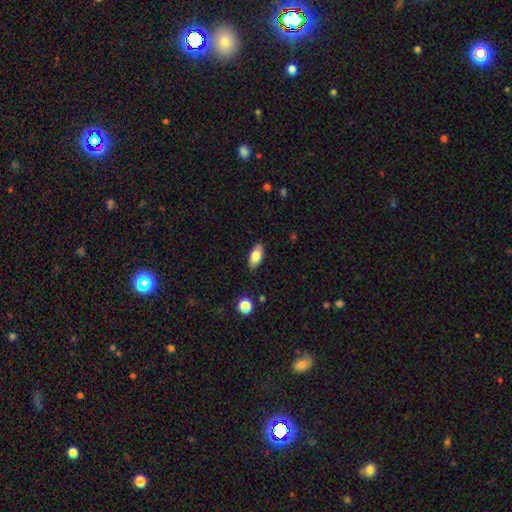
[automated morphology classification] This is clearly a smooth galaxy (81%). How rounded: clearly in between (88%). Merging: clearly none (85%).